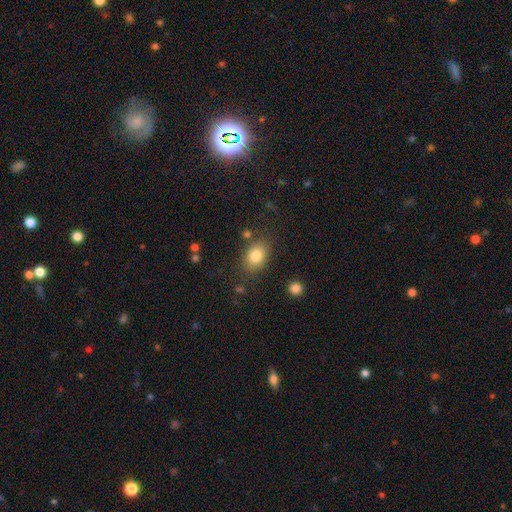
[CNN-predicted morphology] This appears to be a smooth galaxy with no disk features (82%) that is in between round and cigar-shaped (71%). Merging: none (78%).